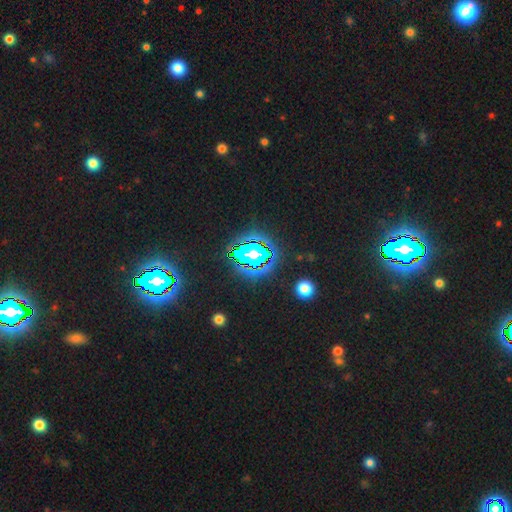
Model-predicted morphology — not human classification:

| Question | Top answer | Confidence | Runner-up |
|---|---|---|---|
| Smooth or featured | star or artifact | 79% | smooth (12%) |